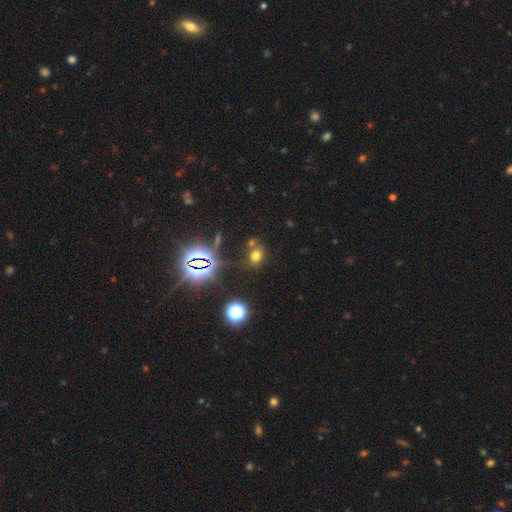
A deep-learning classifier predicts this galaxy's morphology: This appears to be a smooth galaxy with no disk features (61%) that is round (57%). Merging: none (70%).